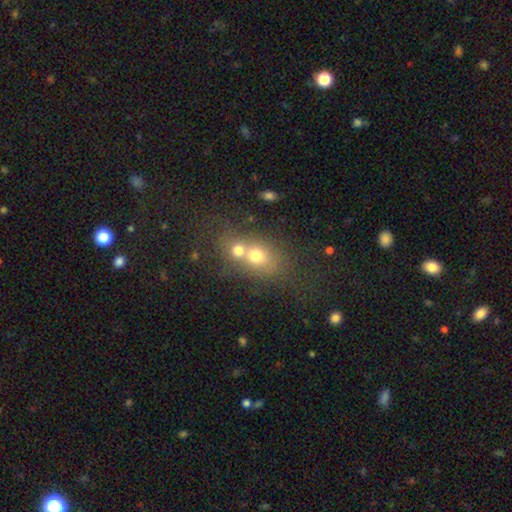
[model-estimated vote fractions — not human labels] Morphology: type=smooth (64%); roundness=round (51%); merging=merger (61%).